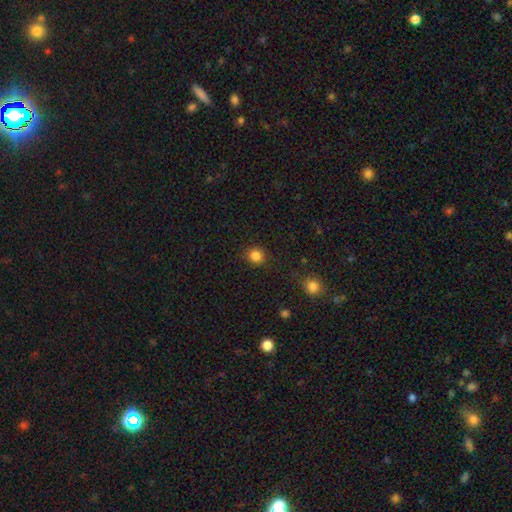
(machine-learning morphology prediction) Smooth or featured: smooth — 84% (star or artifact — 12%)
How rounded: round — 87% (in between — 12%)
Merging: none — 87% (minor disturbance — 8%)